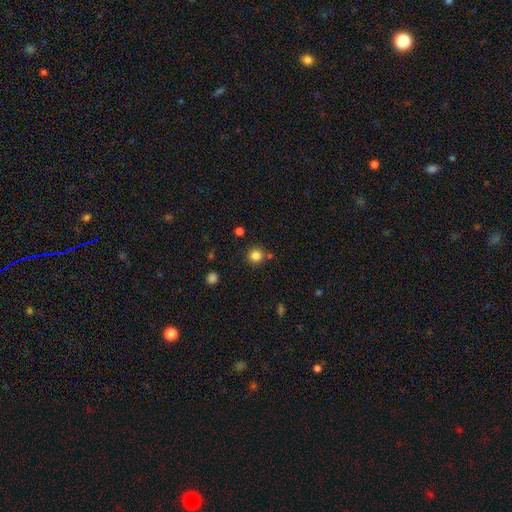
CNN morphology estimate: smooth 83%, star or artifact 12%, featured or disk 5%. Down the decision tree: how rounded — round (92%); merging — none (82%).